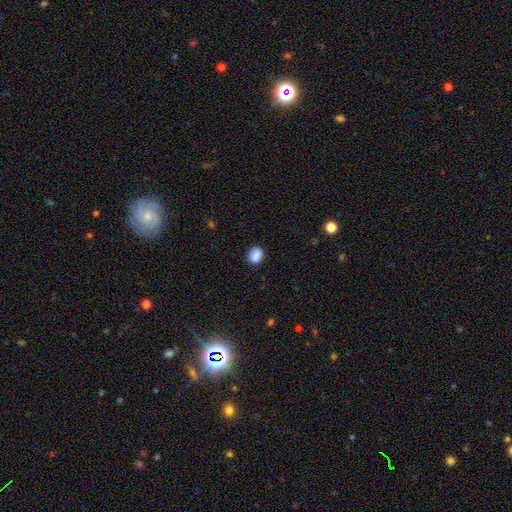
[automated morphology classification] A smooth galaxy with no disk features (85%) that is round (56%). Merging: none (77%).